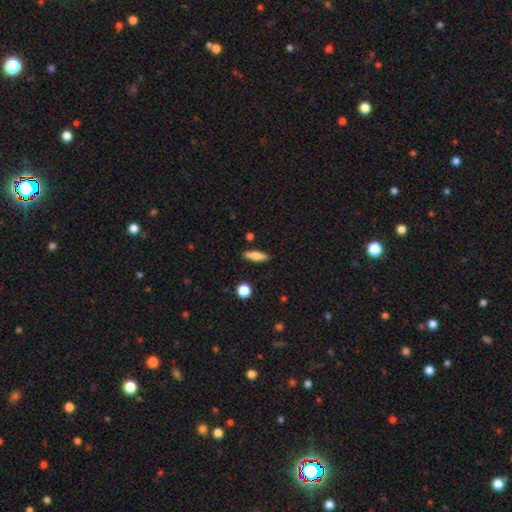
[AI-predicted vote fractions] Overall: smooth (75%). How rounded: cigar-shaped (49%; in between 48%). Merging: none (87%).